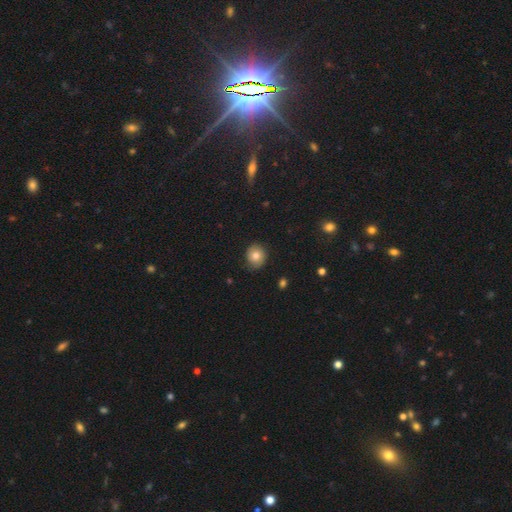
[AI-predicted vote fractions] Morphology: type=smooth (74%); roundness=round (79%); merging=none (78%).